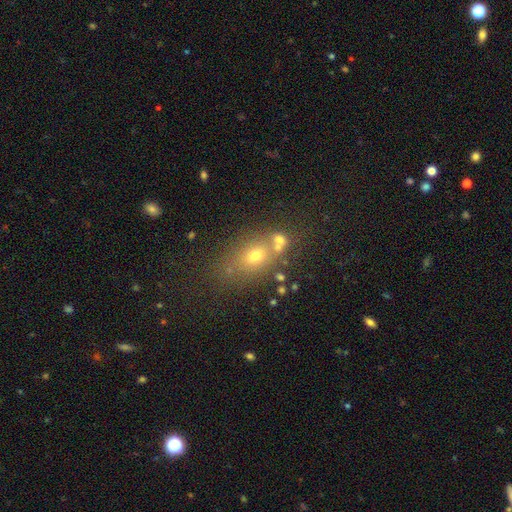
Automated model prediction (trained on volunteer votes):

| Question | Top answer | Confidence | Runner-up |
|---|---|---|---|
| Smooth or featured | smooth | 61% | featured or disk (19%) |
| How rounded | in between | 63% | round (32%) |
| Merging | none | 51% | merger (30%) |